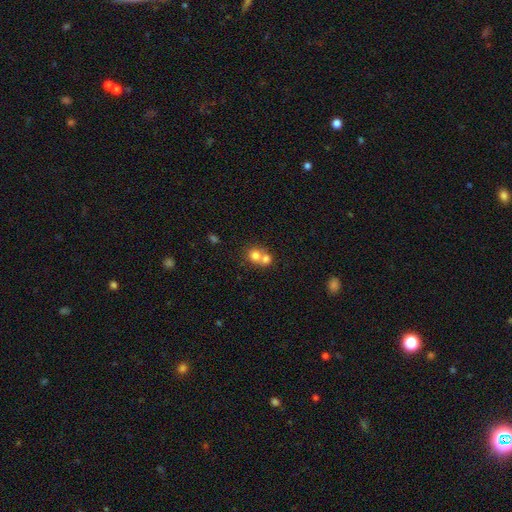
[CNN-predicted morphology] smooth-or-featured: smooth: 75% | featured or disk: 15% | star or artifact: 10%
  how-rounded: round: 79% | in between: 20% | cigar-shaped: 1%
  merging: merger: 64% | none: 29% | minor disturbance: 5% | major disturbance: 2%